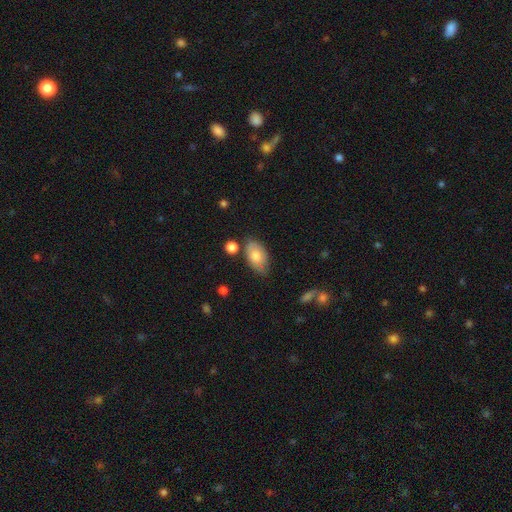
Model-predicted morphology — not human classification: smooth 72%, featured or disk 21%, star or artifact 7%. Down the decision tree: how rounded — in between (92%); merging — none (64%).